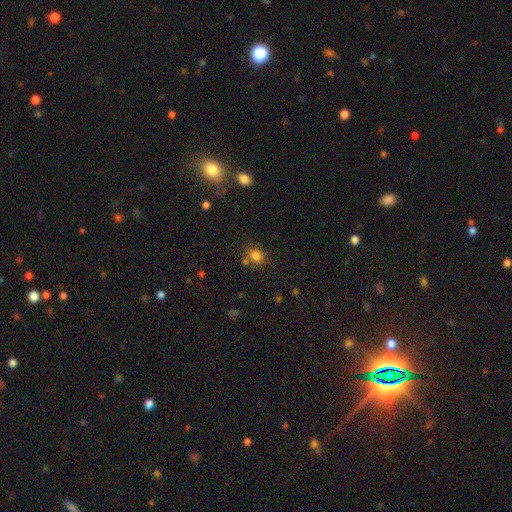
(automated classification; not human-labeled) Q: Smooth or featured?
A: smooth (79%); runner-up: star or artifact (14%)
Q: How rounded?
A: round (51%); runner-up: in between (48%)
Q: Merging?
A: none (63%); runner-up: merger (17%)